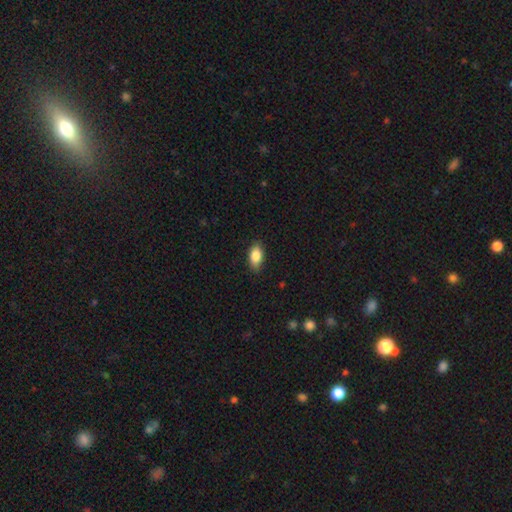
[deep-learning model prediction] smooth-or-featured: smooth: 85% | featured or disk: 8% | star or artifact: 7%
  how-rounded: in between: 90% | round: 5% | cigar-shaped: 5%
  merging: none: 82% | minor disturbance: 15% | major disturbance: 2% | merger: 1%